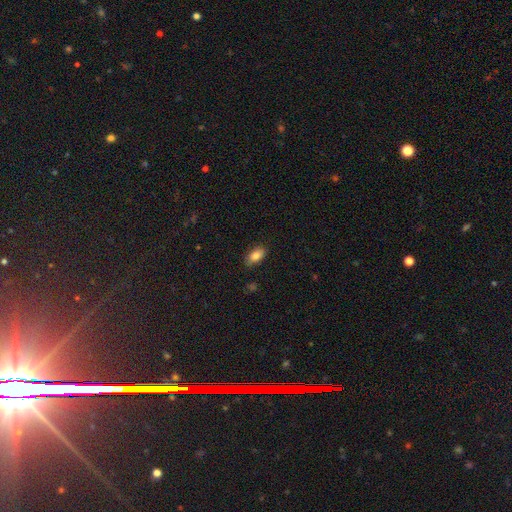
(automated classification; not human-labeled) Q: Smooth or featured?
A: smooth (84%); runner-up: star or artifact (8%)
Q: How rounded?
A: in between (90%); runner-up: round (6%)
Q: Merging?
A: none (82%); runner-up: minor disturbance (14%)